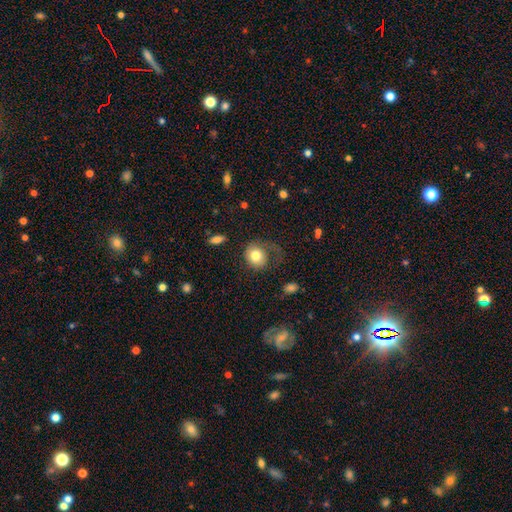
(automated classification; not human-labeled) The model was most divided on "merging": none: 44%, major disturbance: 32%, minor disturbance: 21%, merger: 2%. More confident: how rounded — round (76%); smooth or featured — smooth (73%).